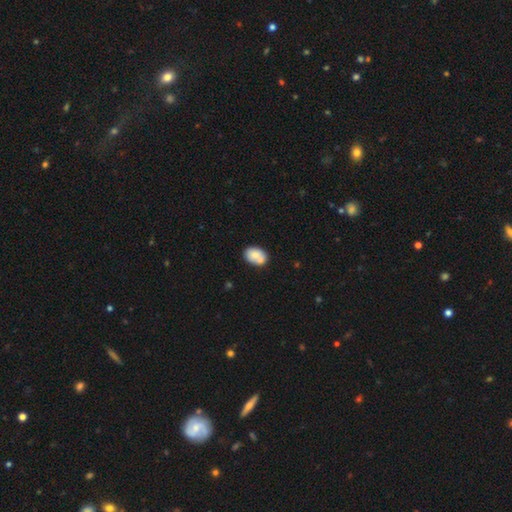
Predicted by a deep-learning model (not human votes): Overall: smooth (76%). How rounded: in between (78%). Merging: none (56%; merger 24%).